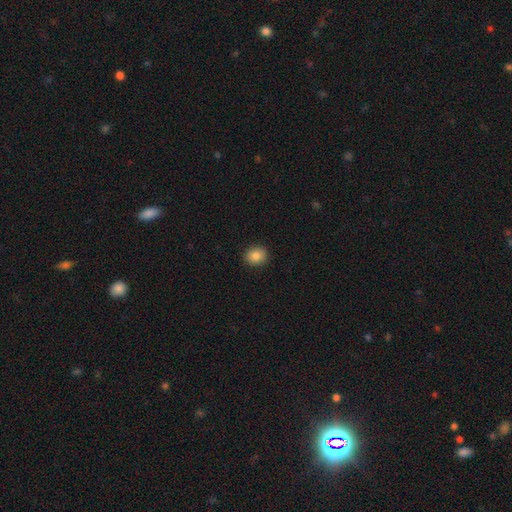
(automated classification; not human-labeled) Smooth or featured?
  - smooth: 86% *
  - star or artifact: 9%
  - featured or disk: 5%
How rounded?
  - round: 67% *
  - in between: 32%
  - cigar-shaped: 1%
Merging?
  - none: 91% *
  - minor disturbance: 6%
  - major disturbance: 2%
  - merger: 1%